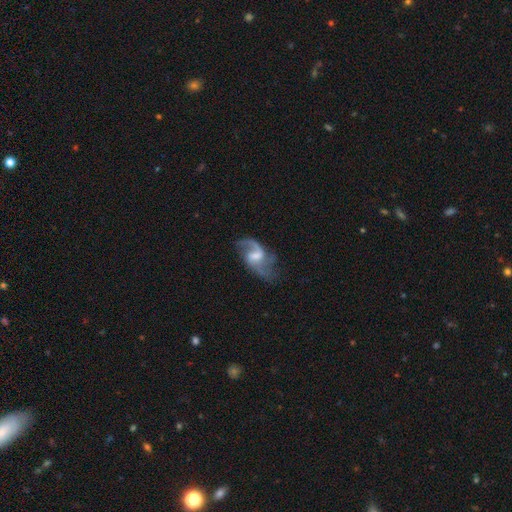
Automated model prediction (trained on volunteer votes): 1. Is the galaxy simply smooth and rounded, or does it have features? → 85% featured or disk, 9% smooth, 6% star or artifact.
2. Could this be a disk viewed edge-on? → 97% no, 3% yes.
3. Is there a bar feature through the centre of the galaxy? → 59% weak, 23% no, 18% strong.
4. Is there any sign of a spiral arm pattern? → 95% yes, 5% no.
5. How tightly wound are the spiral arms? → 56% loose, 37% medium, 7% tight.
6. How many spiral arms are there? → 80% 2, 7% 1, 5% can't tell, 5% 3, 2% 4, 2% more than 4.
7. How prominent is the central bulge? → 40% moderate, 29% small, 20% none, 9% large, 1% dominant.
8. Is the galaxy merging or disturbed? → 60% none, 20% minor disturbance, 18% major disturbance, 2% merger.